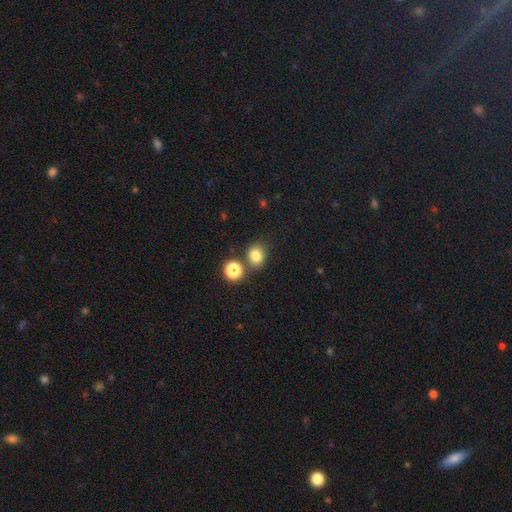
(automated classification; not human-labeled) The model was most divided on "how rounded": round: 65%, in between: 34%, cigar-shaped: 1%. More confident: smooth or featured — smooth (82%); merging — none (71%).